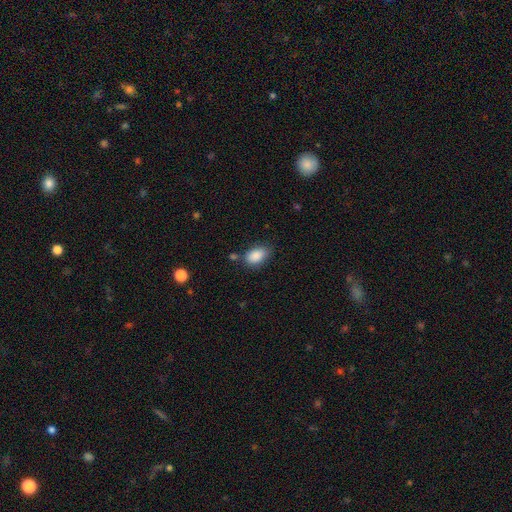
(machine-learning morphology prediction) Smooth or featured?
  - smooth: 88% *
  - star or artifact: 8%
  - featured or disk: 5%
How rounded?
  - in between: 90% *
  - round: 8%
  - cigar-shaped: 2%
Merging?
  - none: 70% *
  - minor disturbance: 20%
  - merger: 5%
  - major disturbance: 5%